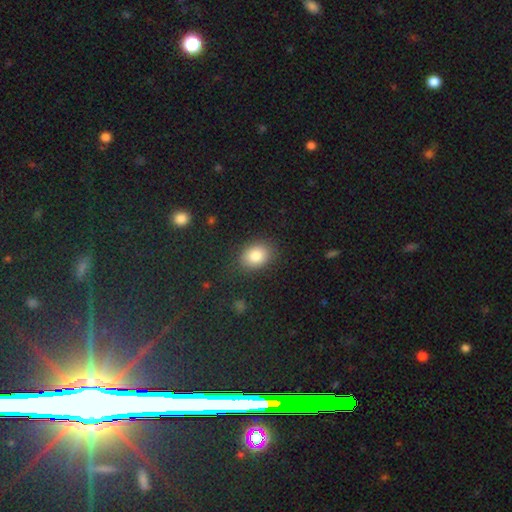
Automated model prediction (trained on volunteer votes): A smooth galaxy with no disk features (83%) that is in between round and cigar-shaped (62%).

Vote fractions:
- Smooth or featured? smooth: 83% / star or artifact: 9% / featured or disk: 8%
- How rounded? in between: 62% / round: 37% / cigar-shaped: 1%
- Merging? none: 85% / minor disturbance: 10% / major disturbance: 3% / merger: 1%